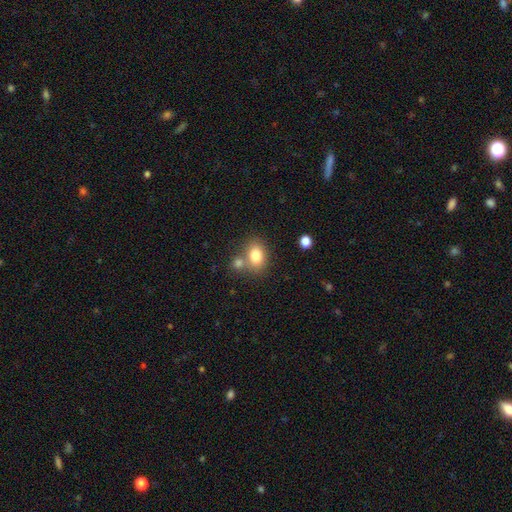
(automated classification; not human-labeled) smooth-or-featured: smooth: 81% | featured or disk: 10% | star or artifact: 9%
  how-rounded: in between: 66% | round: 32% | cigar-shaped: 1%
  merging: none: 57% | merger: 27% | minor disturbance: 12% | major disturbance: 4%